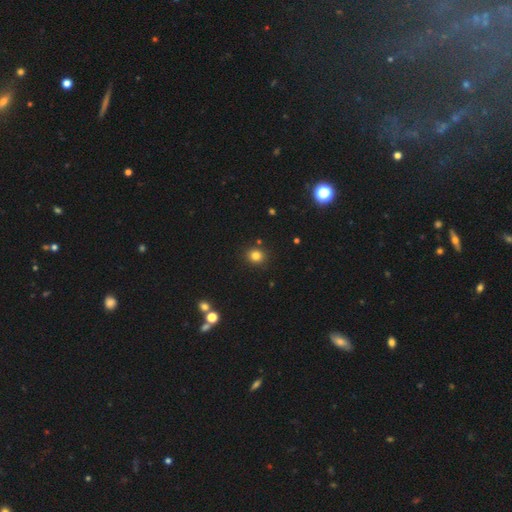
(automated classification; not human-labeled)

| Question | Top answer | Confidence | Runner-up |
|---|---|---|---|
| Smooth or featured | smooth | 82% | star or artifact (13%) |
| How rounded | round | 81% | in between (18%) |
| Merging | none | 88% | minor disturbance (7%) |